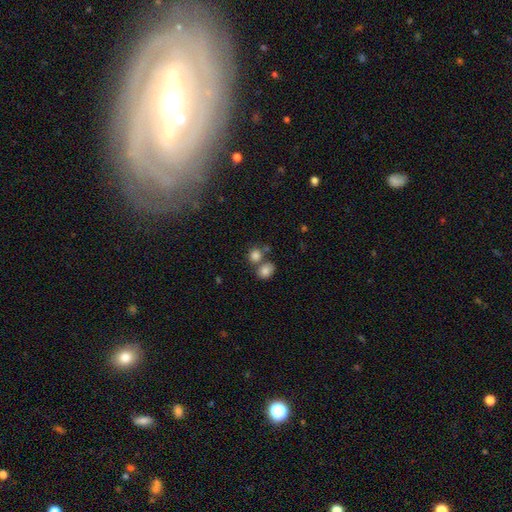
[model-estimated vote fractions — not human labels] This is clearly a smooth galaxy (82%). How rounded: likely round (76%). Merging: possibly none (52%).